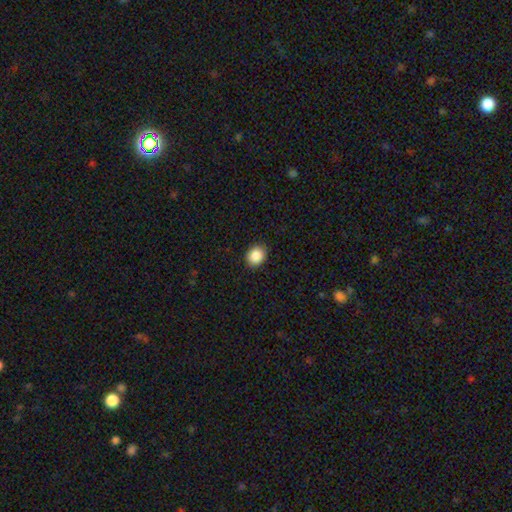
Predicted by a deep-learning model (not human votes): The model was most divided on "how rounded": round: 62%, in between: 37%, cigar-shaped: 1%. More confident: merging — none (90%); smooth or featured — smooth (88%).